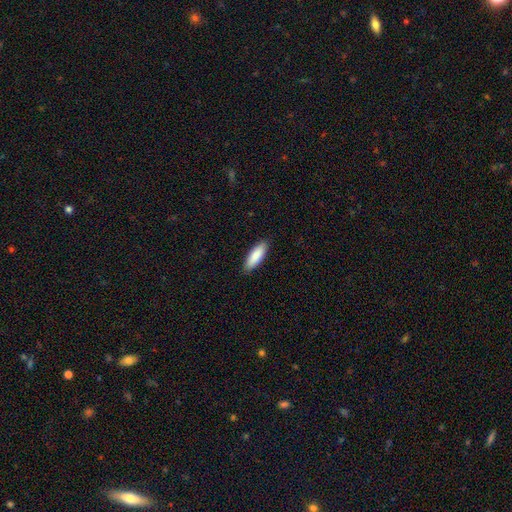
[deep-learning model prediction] Smooth or featured: smooth — 87% (featured or disk — 7%)
How rounded: in between — 55% (cigar-shaped — 43%)
Merging: none — 89% (minor disturbance — 8%)